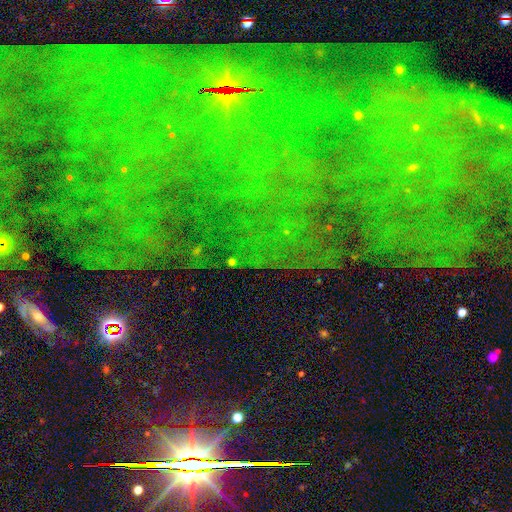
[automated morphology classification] This appears to be a star or artifact, not a galaxy (79%).